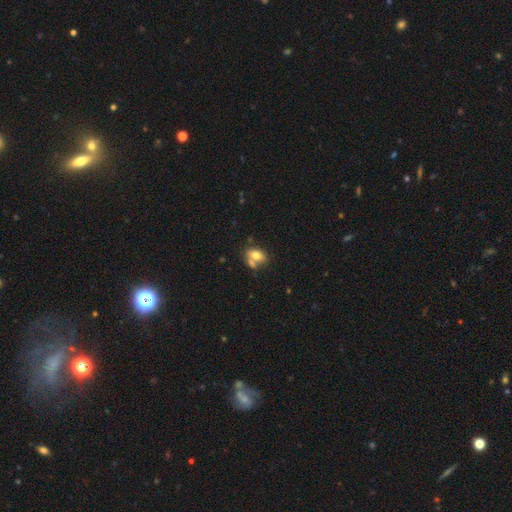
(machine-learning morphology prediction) Smooth or featured? smooth (74%)
How rounded? in between (81%)
Merging? none (42%)